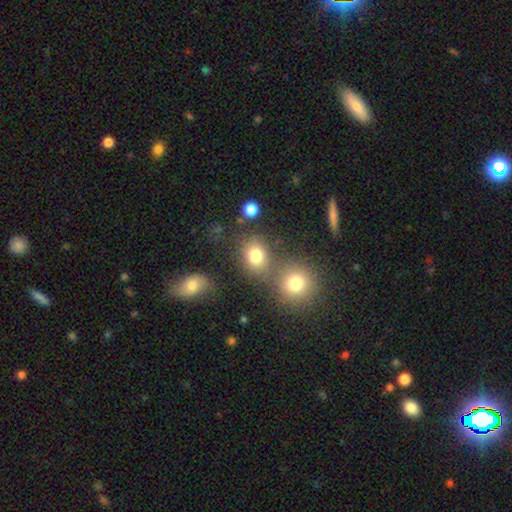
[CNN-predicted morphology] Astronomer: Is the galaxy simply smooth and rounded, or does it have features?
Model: smooth — 78%.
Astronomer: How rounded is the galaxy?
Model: round — 61% (runner-up: in between, 38%).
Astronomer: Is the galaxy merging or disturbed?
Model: none — 54% (runner-up: merger, 31%).